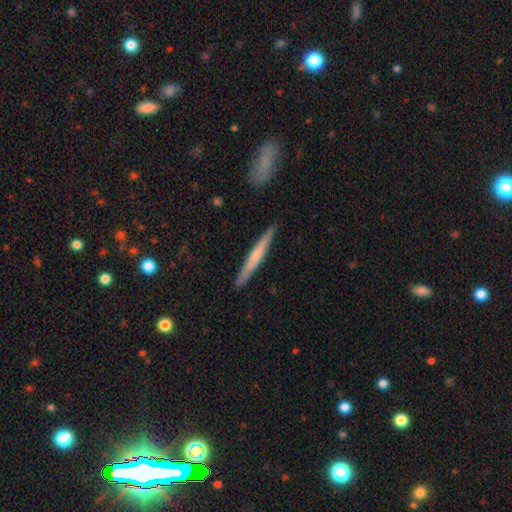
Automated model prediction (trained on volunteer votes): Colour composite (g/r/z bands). It shows a smooth galaxy with no disk features (51%) that is cigar-shaped (96%). Merging: none (91%).